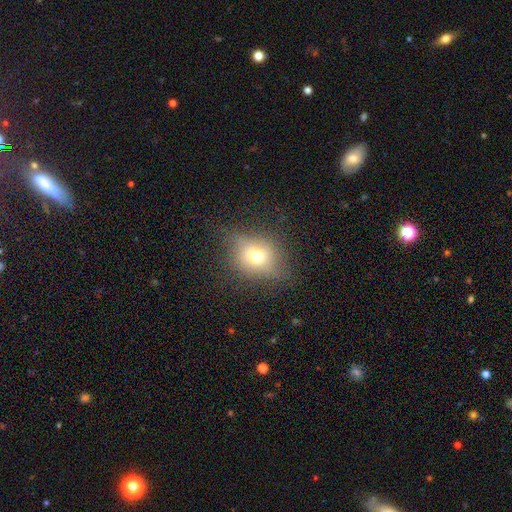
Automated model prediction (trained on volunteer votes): Smooth or featured?
  - smooth: 62% *
  - featured or disk: 22%
  - star or artifact: 16%
How rounded?
  - round: 61% *
  - in between: 37%
  - cigar-shaped: 2%
Merging?
  - none: 65% *
  - minor disturbance: 22%
  - major disturbance: 12%
  - merger: 1%